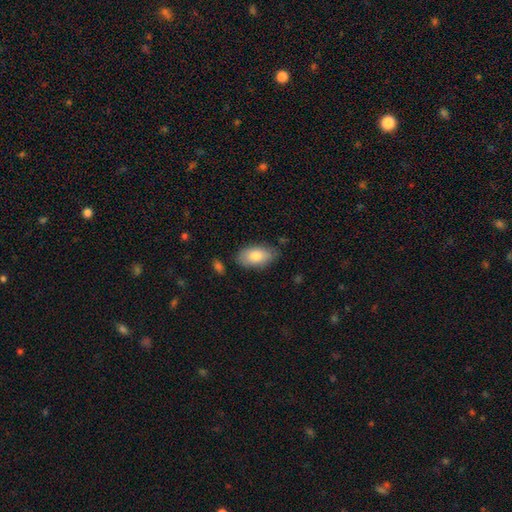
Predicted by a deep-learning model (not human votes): smooth 81%, featured or disk 13%, star or artifact 6%. Down the decision tree: how rounded — in between (93%); merging — none (78%).